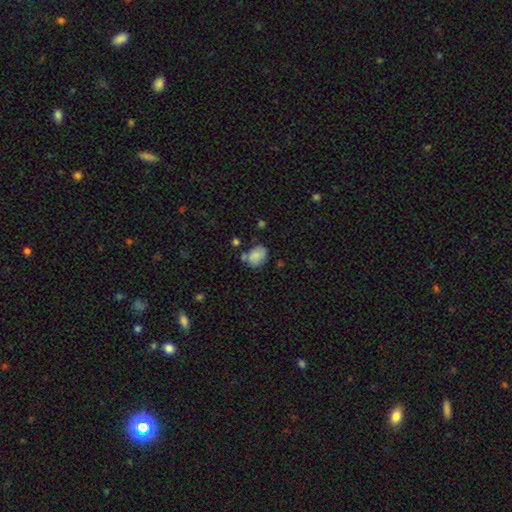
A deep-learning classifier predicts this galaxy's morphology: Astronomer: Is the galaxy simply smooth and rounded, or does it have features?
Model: smooth — 83%.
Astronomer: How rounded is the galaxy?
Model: in between — 65%.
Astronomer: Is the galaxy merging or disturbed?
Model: none — 61%.